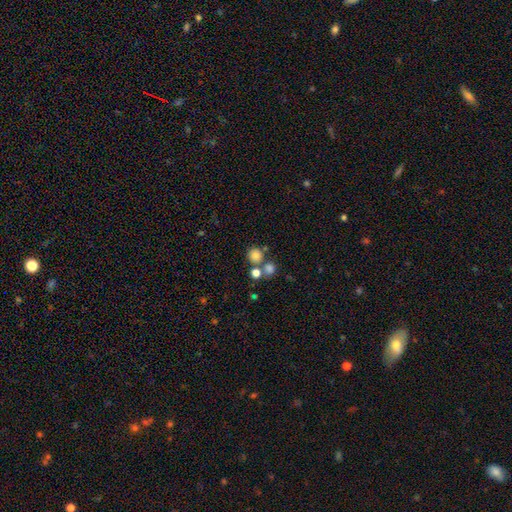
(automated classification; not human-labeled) Smooth or featured?
  - smooth: 78% *
  - star or artifact: 14%
  - featured or disk: 8%
How rounded?
  - round: 90% *
  - in between: 9%
  - cigar-shaped: 1%
Merging?
  - none: 62% *
  - merger: 27%
  - minor disturbance: 8%
  - major disturbance: 4%